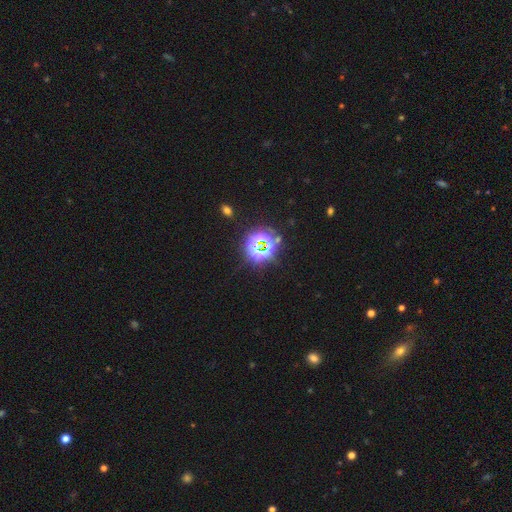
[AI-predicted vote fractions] star or artifact 76%, smooth 15%, featured or disk 9%.